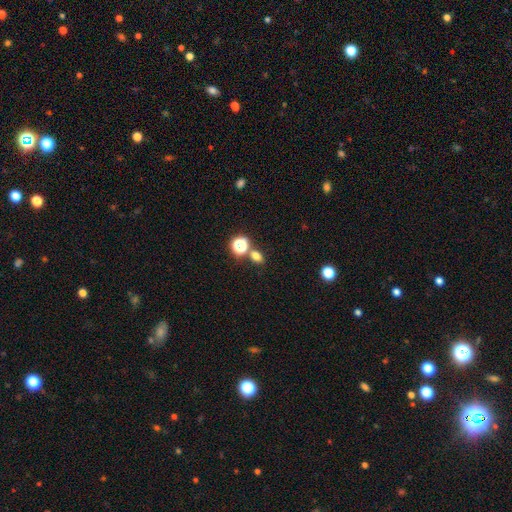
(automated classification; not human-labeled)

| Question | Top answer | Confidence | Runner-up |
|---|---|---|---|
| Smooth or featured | smooth | 73% | star or artifact (20%) |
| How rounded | in between | 60% | round (38%) |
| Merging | none | 67% | merger (20%) |